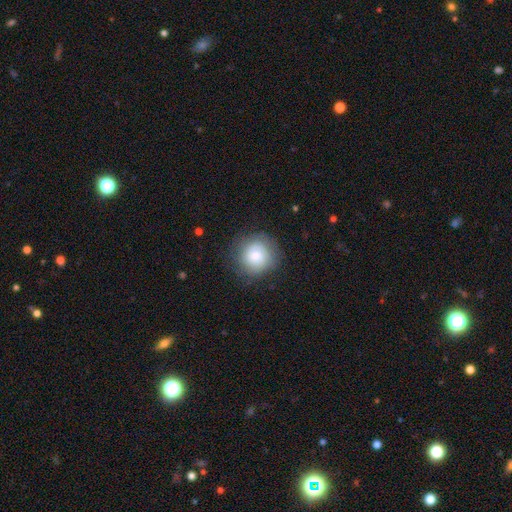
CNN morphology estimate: Smooth or featured? Predicted: smooth (p=0.69). How rounded? Predicted: round (p=0.91). Merging? Predicted: none (p=0.80).